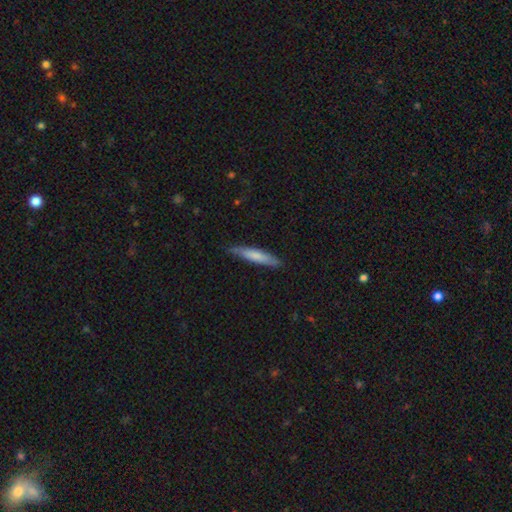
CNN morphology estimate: smooth-or-featured: smooth: 70% | featured or disk: 25% | star or artifact: 5%
  how-rounded: cigar-shaped: 88% | in between: 11% | round: 1%
  merging: none: 81% | minor disturbance: 16% | major disturbance: 2% | merger: 1%